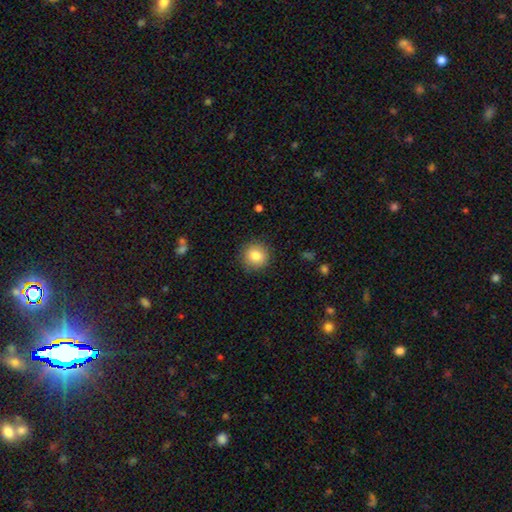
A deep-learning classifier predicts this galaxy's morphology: Overall: smooth (83%). How rounded: round (93%). Merging: none (89%).